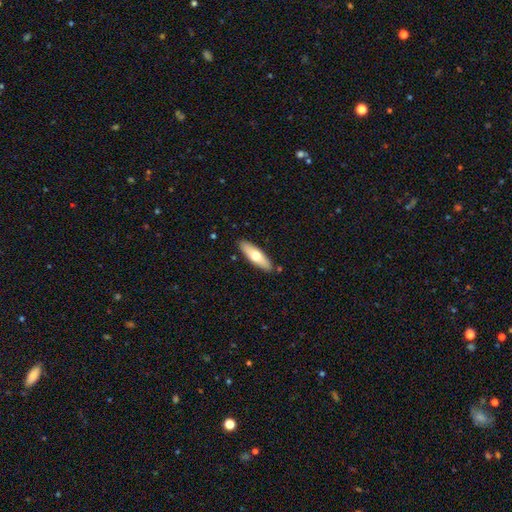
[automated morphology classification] smooth-or-featured: smooth: 60% | featured or disk: 34% | star or artifact: 5%
  how-rounded: cigar-shaped: 50% | in between: 48% | round: 2%
  merging: none: 88% | minor disturbance: 8% | merger: 2% | major disturbance: 2%